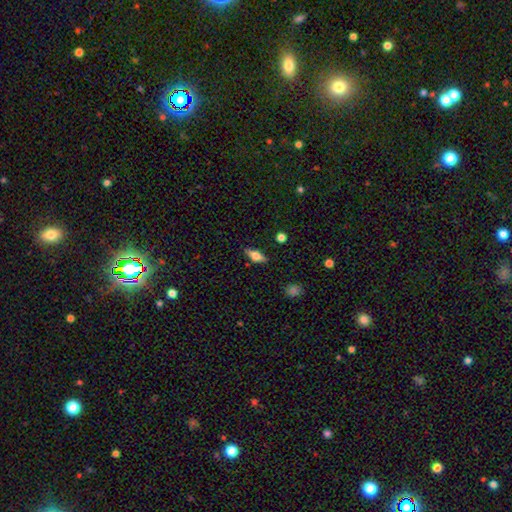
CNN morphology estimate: A smooth galaxy with no disk features (61%) that is in between round and cigar-shaped (69%).

Vote fractions:
- Smooth or featured? smooth: 61% / featured or disk: 31% / star or artifact: 8%
- How rounded? in between: 69% / cigar-shaped: 27% / round: 4%
- Merging? none: 85% / minor disturbance: 11% / major disturbance: 3% / merger: 2%